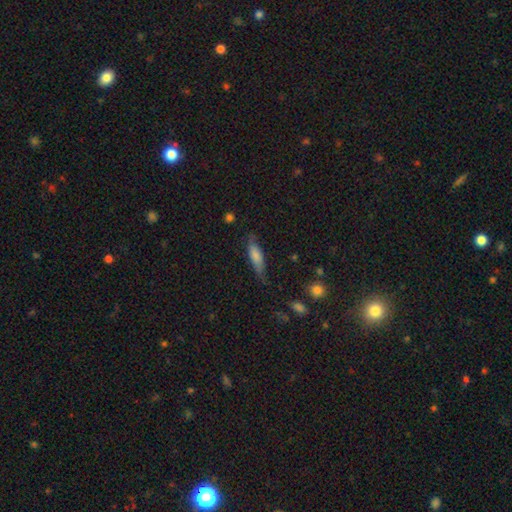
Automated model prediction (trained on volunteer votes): Smooth or featured?
  - smooth: 73% *
  - featured or disk: 20%
  - star or artifact: 6%
How rounded?
  - cigar-shaped: 51% *
  - in between: 47%
  - round: 2%
Merging?
  - none: 64% *
  - minor disturbance: 27%
  - major disturbance: 8%
  - merger: 2%